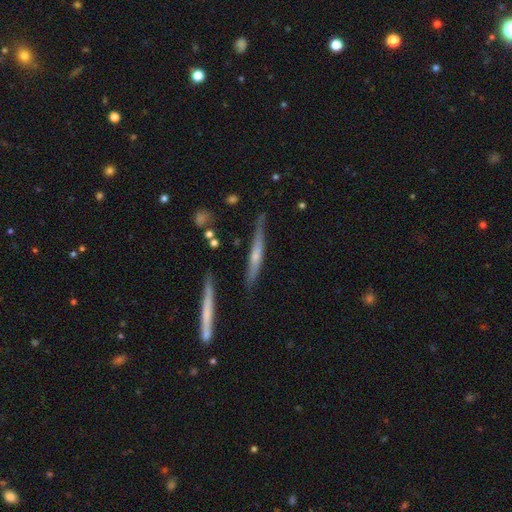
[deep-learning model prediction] A featured or disk galaxy (61%) viewed edge-on (95%) with a rounded central bulge (48%). Merging: none (77%).